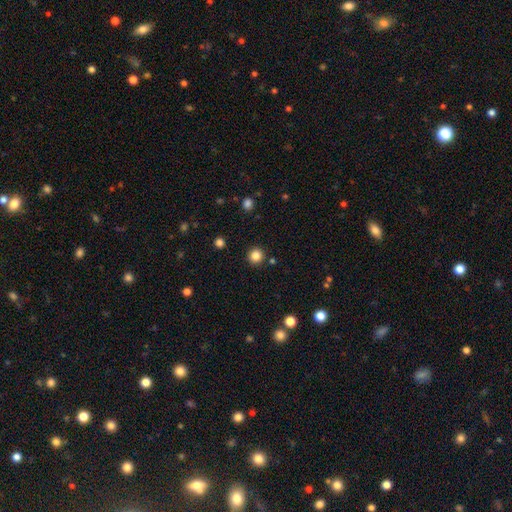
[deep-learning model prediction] Morphology: type=smooth (84%); roundness=round (94%); merging=none (91%).